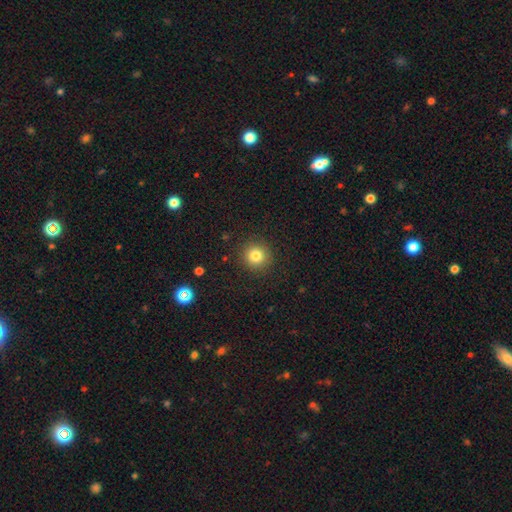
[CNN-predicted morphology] Smooth or featured? smooth (82%)
How rounded? round (93%)
Merging? none (90%)